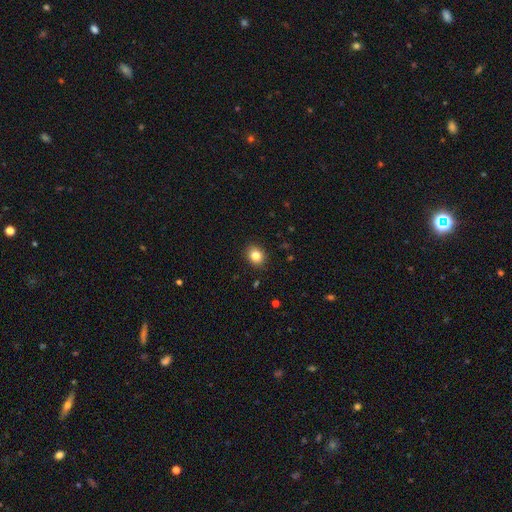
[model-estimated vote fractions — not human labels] A smooth galaxy with no disk features (83%) that is round (60%). Merging: none (90%).